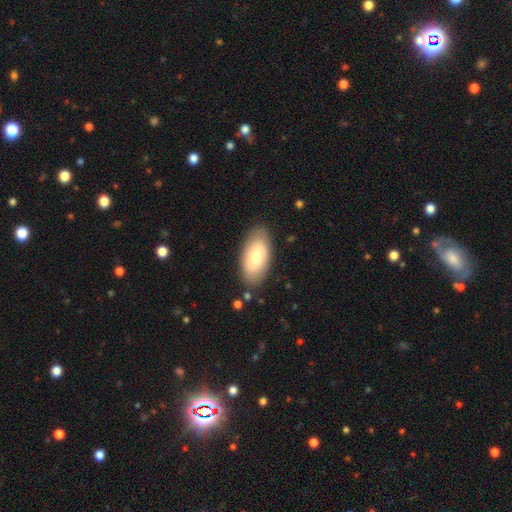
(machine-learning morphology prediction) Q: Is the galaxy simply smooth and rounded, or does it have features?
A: smooth — 71%.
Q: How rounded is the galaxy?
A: in between — 94%.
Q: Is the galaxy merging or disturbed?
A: none — 84%.